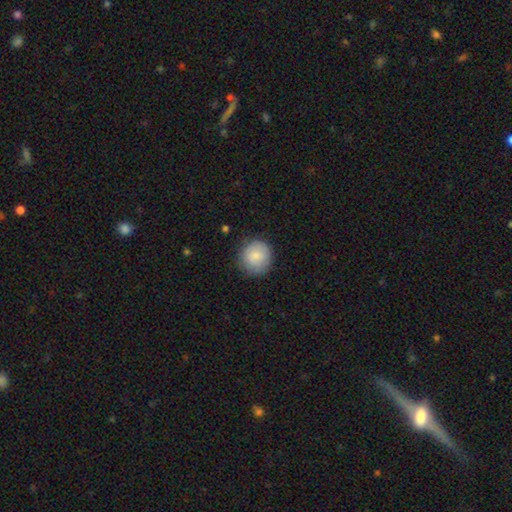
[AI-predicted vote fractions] This is clearly a smooth galaxy (85%). How rounded: clearly round (90%). Merging: clearly none (83%).